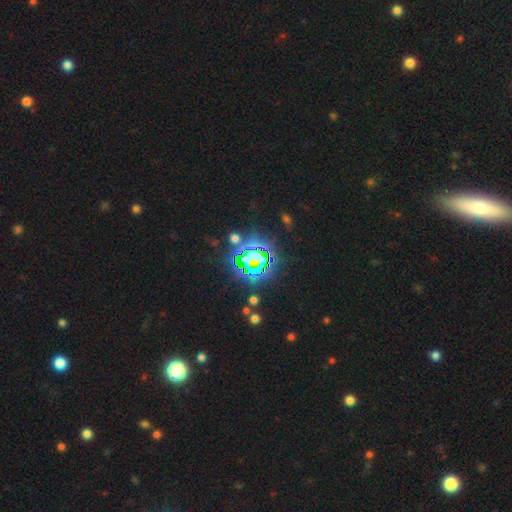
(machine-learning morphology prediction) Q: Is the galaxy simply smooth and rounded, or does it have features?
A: star or artifact — 77%.